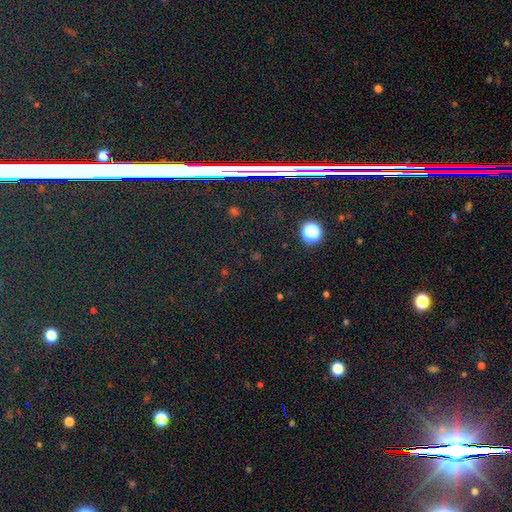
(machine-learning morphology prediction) Smooth or featured? Predicted: star or artifact (p=0.82).